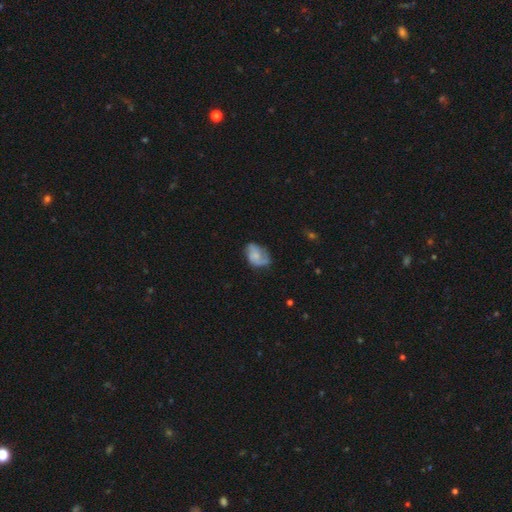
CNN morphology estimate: smooth-or-featured: featured or disk: 49% | smooth: 43% | star or artifact: 8%
  merging: none: 53% | minor disturbance: 30% | major disturbance: 15% | merger: 2%